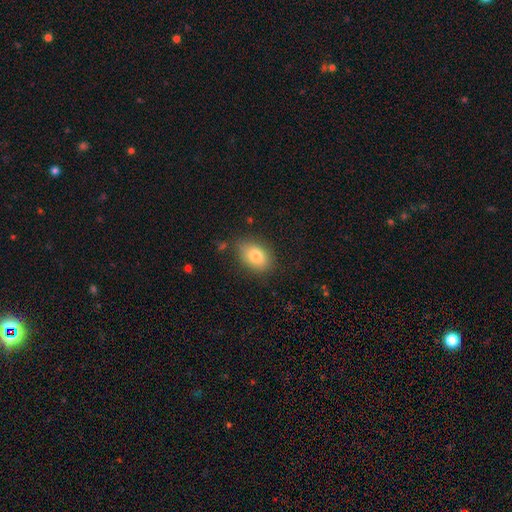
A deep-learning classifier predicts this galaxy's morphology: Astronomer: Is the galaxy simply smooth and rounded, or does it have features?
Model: smooth — 81%.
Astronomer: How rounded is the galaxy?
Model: in between — 81%.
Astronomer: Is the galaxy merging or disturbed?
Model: none — 79%.